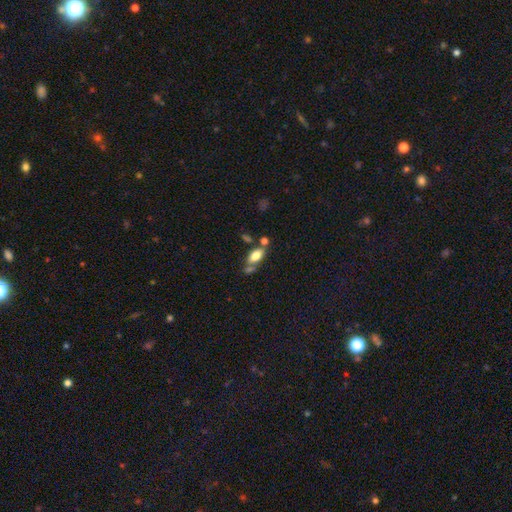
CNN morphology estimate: Smooth or featured: smooth — 70% (featured or disk — 21%)
How rounded: in between — 85% (cigar-shaped — 10%)
Merging: none — 56% (merger — 22%)